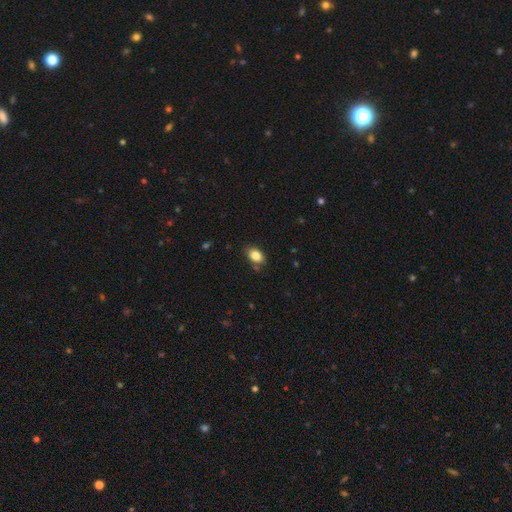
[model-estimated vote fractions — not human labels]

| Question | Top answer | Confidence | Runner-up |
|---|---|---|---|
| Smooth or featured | smooth | 85% | star or artifact (9%) |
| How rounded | in between | 85% | round (14%) |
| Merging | none | 80% | minor disturbance (14%) |